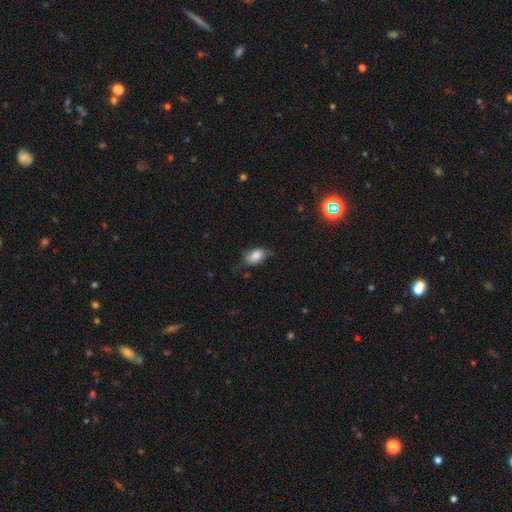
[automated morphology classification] A smooth galaxy with no disk features (81%) that is in between round and cigar-shaped (87%).

Vote fractions:
- Smooth or featured? smooth: 81% / featured or disk: 11% / star or artifact: 8%
- How rounded? in between: 87% / round: 11% / cigar-shaped: 2%
- Merging? none: 59% / minor disturbance: 30% / major disturbance: 9% / merger: 2%